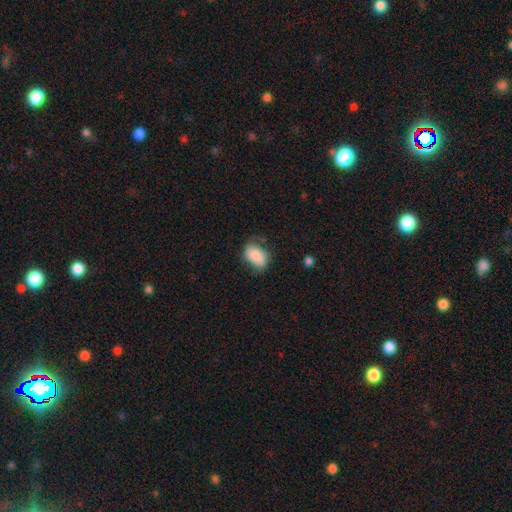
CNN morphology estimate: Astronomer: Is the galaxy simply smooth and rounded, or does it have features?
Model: smooth — 78%.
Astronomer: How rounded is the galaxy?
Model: in between — 87%.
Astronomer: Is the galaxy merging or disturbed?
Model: none — 56%.